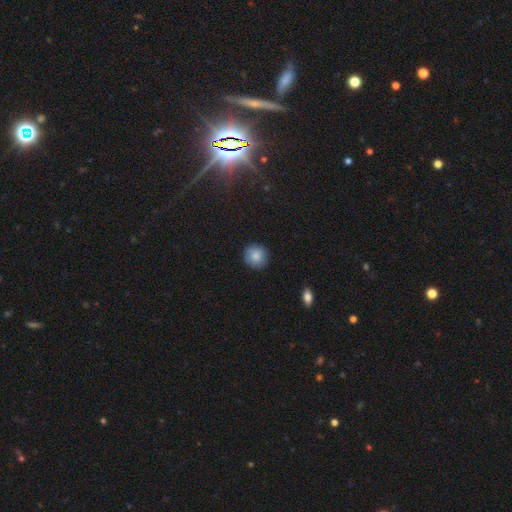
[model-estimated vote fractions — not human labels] Smooth or featured? smooth (84%)
How rounded? round (92%)
Merging? none (88%)